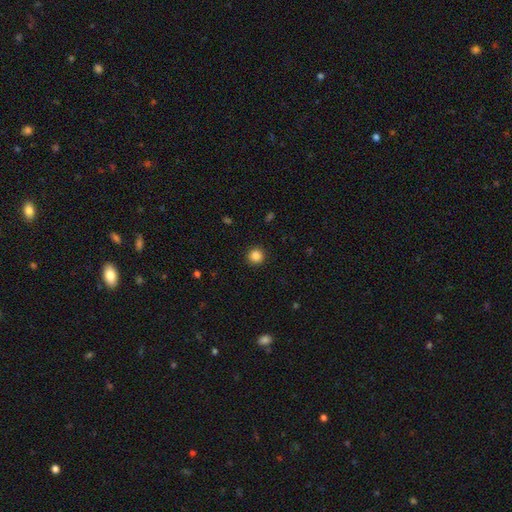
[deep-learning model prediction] Smooth or featured?
  - smooth: 86% *
  - star or artifact: 11%
  - featured or disk: 4%
How rounded?
  - round: 95% *
  - in between: 4%
  - cigar-shaped: 1%
Merging?
  - none: 93% *
  - minor disturbance: 5%
  - major disturbance: 2%
  - merger: 1%